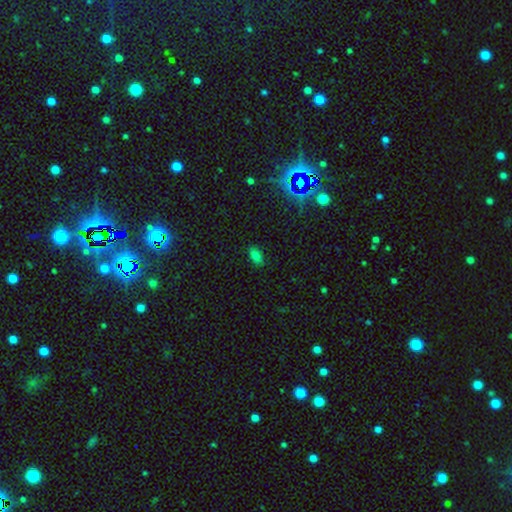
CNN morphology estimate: This is likely a smooth galaxy (74%). How rounded: clearly in between (90%). Merging: clearly none (85%).